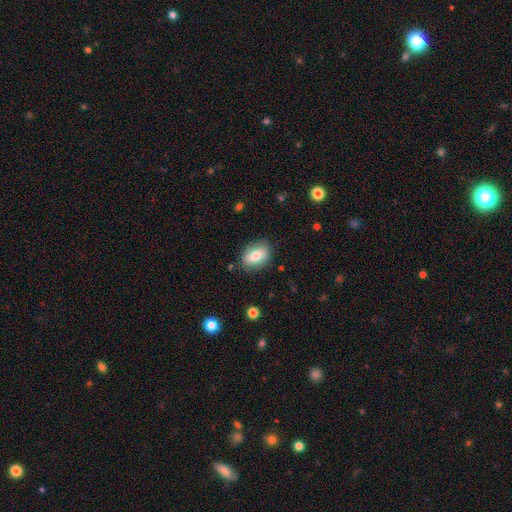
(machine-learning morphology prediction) Smooth or featured?
  - smooth: 72% *
  - featured or disk: 20%
  - star or artifact: 7%
How rounded?
  - in between: 72% *
  - round: 26%
  - cigar-shaped: 2%
Merging?
  - none: 82% *
  - minor disturbance: 13%
  - major disturbance: 3%
  - merger: 1%